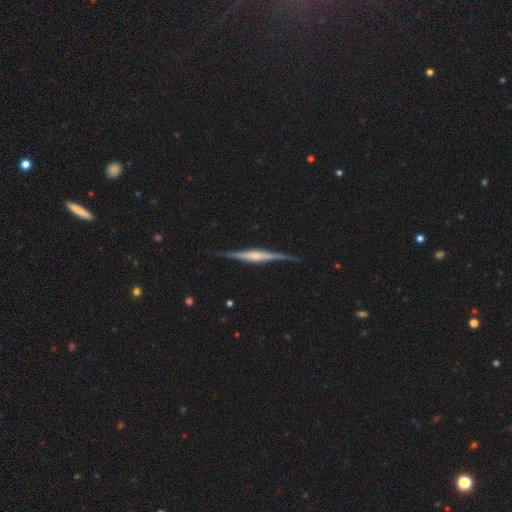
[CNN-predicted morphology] A featured or disk galaxy (82%) viewed edge-on (98%) with a rounded central bulge (62%).

Vote fractions:
- Smooth or featured? featured or disk: 82% / smooth: 13% / star or artifact: 5%
- Edge-on disk? yes: 98% / no: 2%
- Edge-on bulge? rounded: 62% / boxy: 26% / none: 12%
- Merging? none: 87% / minor disturbance: 9% / major disturbance: 2% / merger: 1%